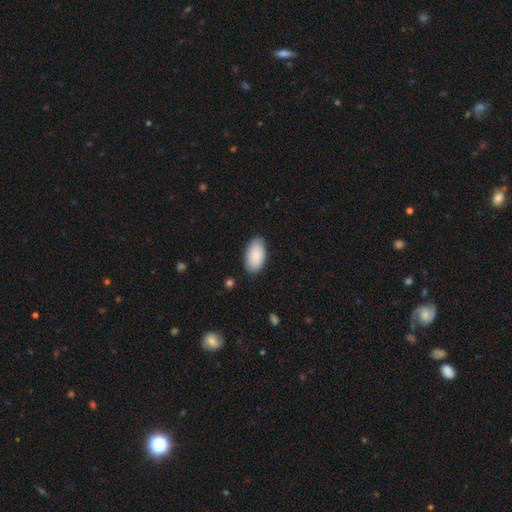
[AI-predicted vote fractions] Smooth or featured?
  - smooth: 89% *
  - featured or disk: 6%
  - star or artifact: 6%
How rounded?
  - in between: 96% *
  - round: 3%
  - cigar-shaped: 2%
Merging?
  - none: 83% *
  - minor disturbance: 13%
  - major disturbance: 2%
  - merger: 1%